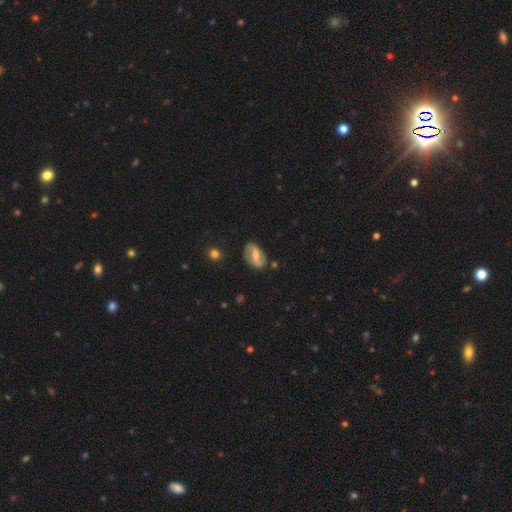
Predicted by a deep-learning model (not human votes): Smooth or featured? Predicted: featured or disk (p=0.67). Edge-on disk? Predicted: no (p=0.96). Bar? Predicted: strong (p=0.41). Spiral arms? Predicted: yes (p=0.85). Spiral winding? Predicted: loose (p=0.39, tied with medium). Spiral arm count? Predicted: 2 (p=0.87). Bulge size? Predicted: moderate (p=0.42). Merging? Predicted: none (p=0.74).